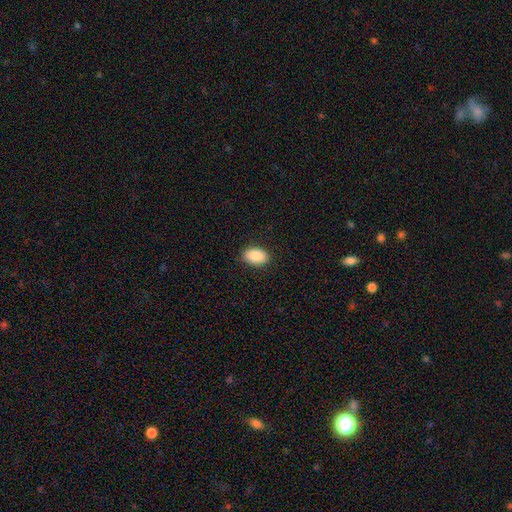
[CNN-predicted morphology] Smooth or featured? Predicted: smooth (p=0.89). How rounded? Predicted: in between (p=0.89). Merging? Predicted: none (p=0.87).